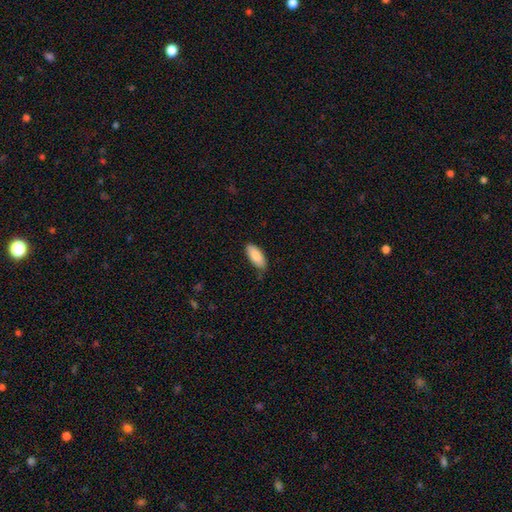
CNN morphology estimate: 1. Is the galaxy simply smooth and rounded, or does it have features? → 87% smooth, 7% featured or disk, 6% star or artifact.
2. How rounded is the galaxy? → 83% in between, 15% cigar-shaped, 2% round.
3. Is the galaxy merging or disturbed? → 78% none, 18% minor disturbance, 3% major disturbance, 1% merger.